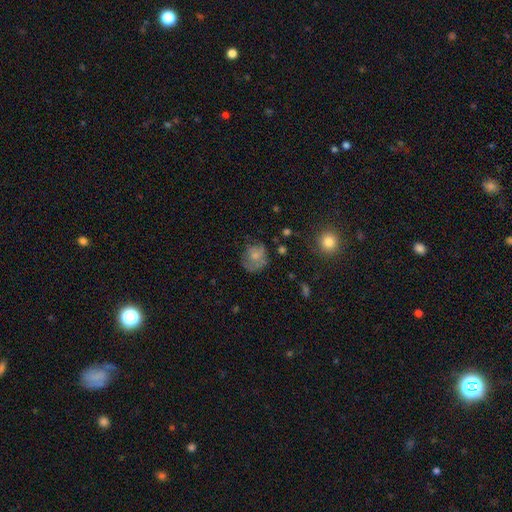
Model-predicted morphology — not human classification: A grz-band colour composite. It shows a smooth galaxy with no disk features (59%) that is round (71%). Merging: none (51%).